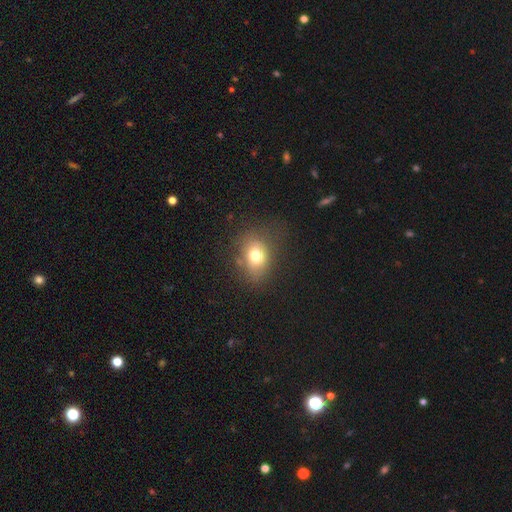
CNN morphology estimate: type=smooth (71%); roundness=in between (56%); merging=none (68%).